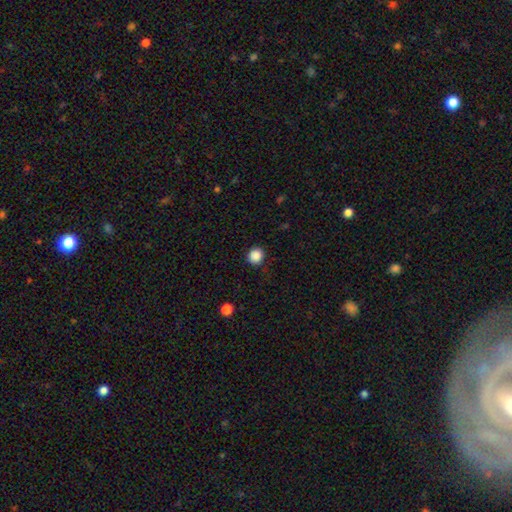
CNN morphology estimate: Q: Smooth or featured?
A: smooth (88%); runner-up: star or artifact (10%)
Q: How rounded?
A: round (87%); runner-up: in between (12%)
Q: Merging?
A: none (88%); runner-up: minor disturbance (8%)